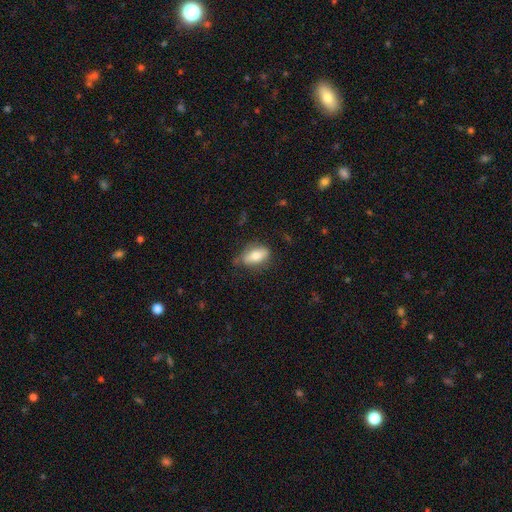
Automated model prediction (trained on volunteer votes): Morphology: type=smooth (73%); roundness=in between (85%); merging=none (66%).